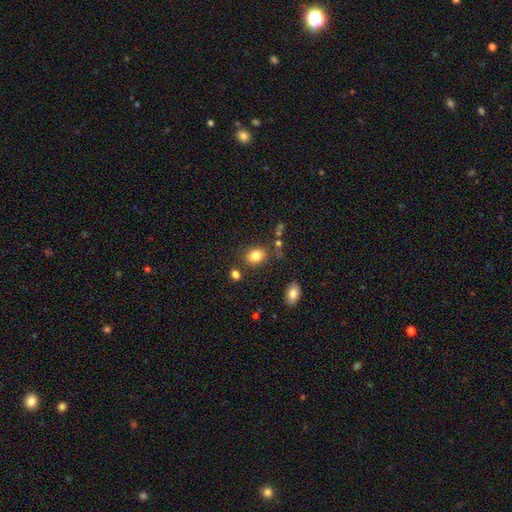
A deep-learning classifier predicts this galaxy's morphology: This appears to be a smooth galaxy with no disk features (82%) that is in between round and cigar-shaped (52%). Merging: none (75%).